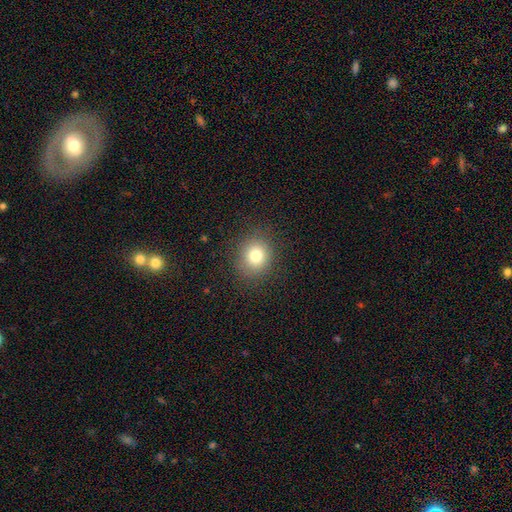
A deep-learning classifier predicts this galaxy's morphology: This is likely a smooth galaxy (78%). How rounded: clearly round (82%). Merging: clearly none (87%).